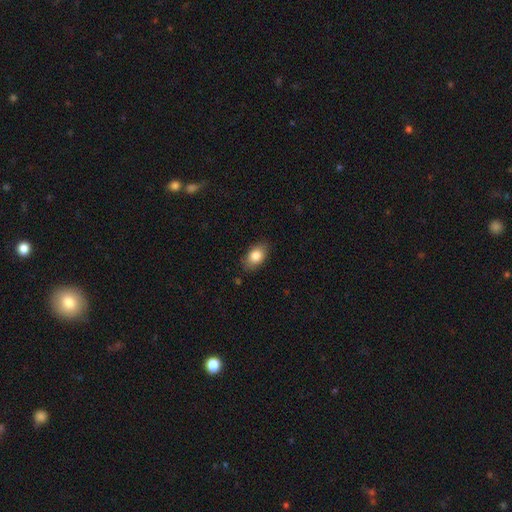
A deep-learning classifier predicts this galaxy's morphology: The model was most divided on "merging": none: 83%, minor disturbance: 13%, major disturbance: 3%, merger: 1%. More confident: how rounded — in between (88%); smooth or featured — smooth (84%).